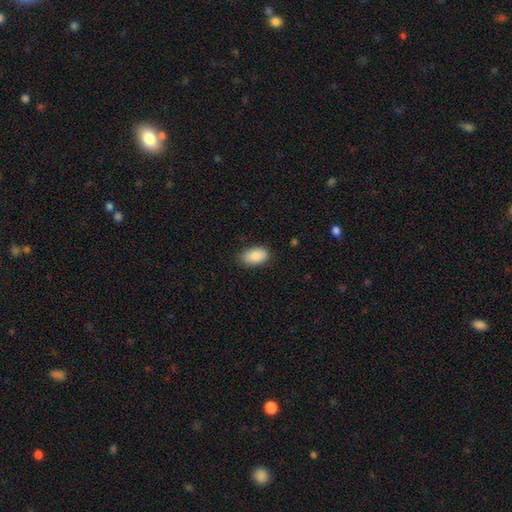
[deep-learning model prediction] smooth-or-featured: smooth: 89% | star or artifact: 7% | featured or disk: 4%
  how-rounded: in between: 93% | round: 5% | cigar-shaped: 1%
  merging: none: 84% | minor disturbance: 13% | major disturbance: 3% | merger: 1%